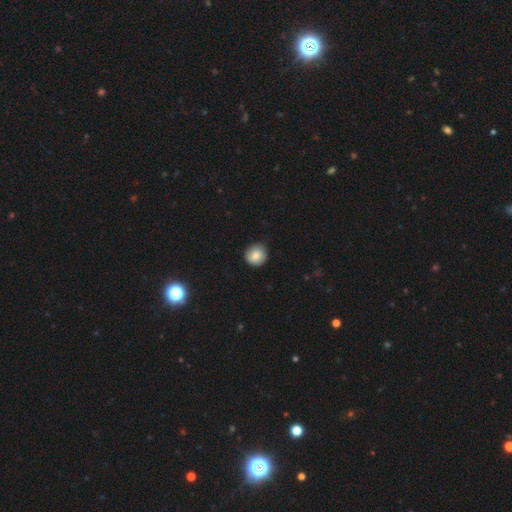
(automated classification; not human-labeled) Q: Smooth or featured?
A: smooth (82%); runner-up: featured or disk (10%)
Q: How rounded?
A: round (90%); runner-up: in between (9%)
Q: Merging?
A: none (81%); runner-up: minor disturbance (16%)